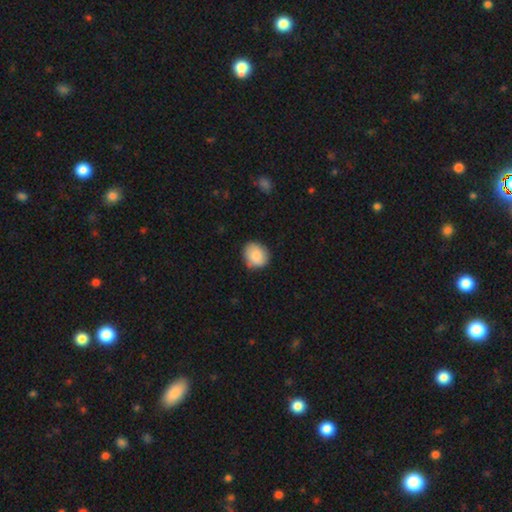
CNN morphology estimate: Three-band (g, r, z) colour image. It shows a smooth galaxy with no disk features (86%) that is round (68%). Merging: none (76%).